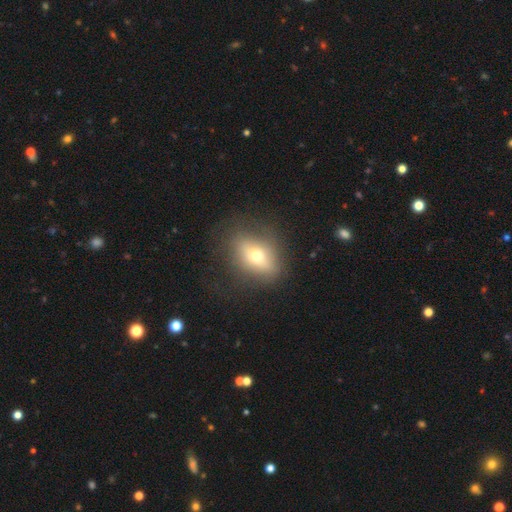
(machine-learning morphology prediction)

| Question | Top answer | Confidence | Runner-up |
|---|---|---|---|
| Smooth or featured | smooth | 57% | featured or disk (32%) |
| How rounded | in between | 63% | round (32%) |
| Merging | none | 73% | minor disturbance (16%) |